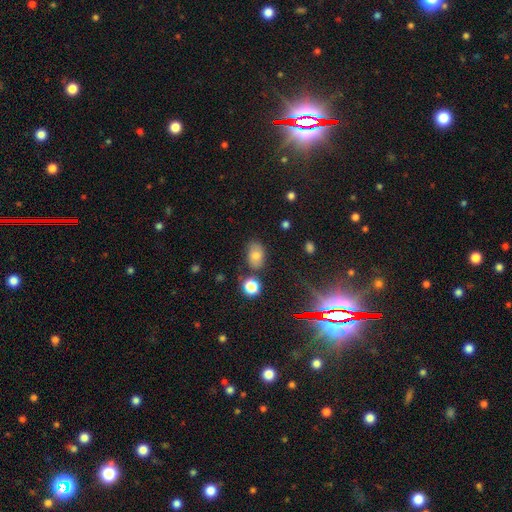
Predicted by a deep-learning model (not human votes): Smooth or featured?
  - smooth: 73% *
  - star or artifact: 15%
  - featured or disk: 12%
How rounded?
  - in between: 83% *
  - round: 16%
  - cigar-shaped: 1%
Merging?
  - none: 73% *
  - minor disturbance: 17%
  - merger: 6%
  - major disturbance: 5%